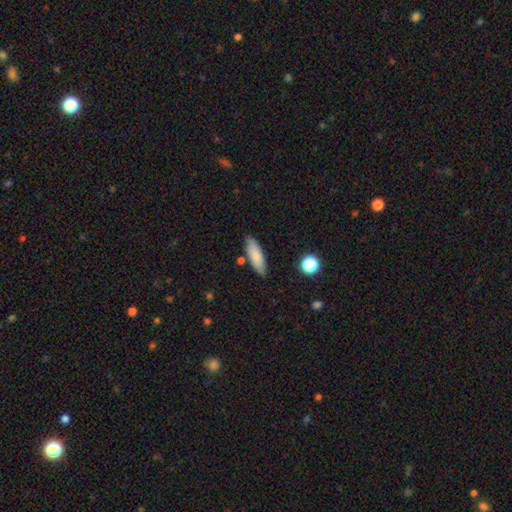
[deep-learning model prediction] Smooth or featured? smooth (83%)
How rounded? in between (56%)
Merging? none (82%)